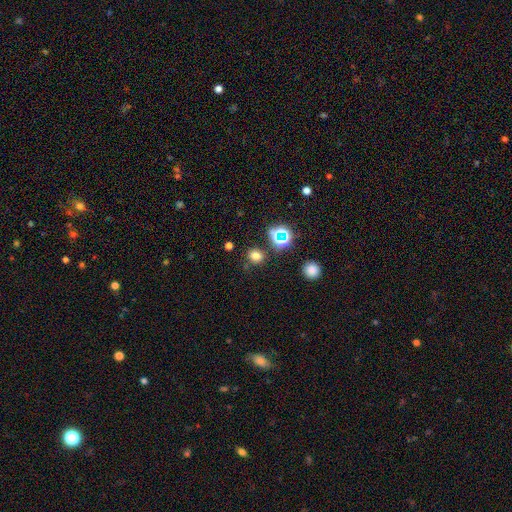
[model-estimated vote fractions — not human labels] Smooth or featured: smooth — 68% (star or artifact — 25%)
How rounded: round — 76% (in between — 23%)
Merging: none — 81% (minor disturbance — 10%)